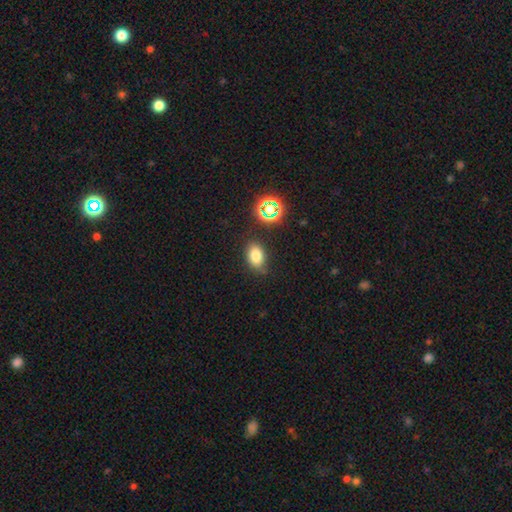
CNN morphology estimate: Smooth or featured?
  - smooth: 75% *
  - star or artifact: 16%
  - featured or disk: 9%
How rounded?
  - in between: 78% *
  - round: 21%
  - cigar-shaped: 2%
Merging?
  - none: 78% *
  - minor disturbance: 15%
  - major disturbance: 4%
  - merger: 3%